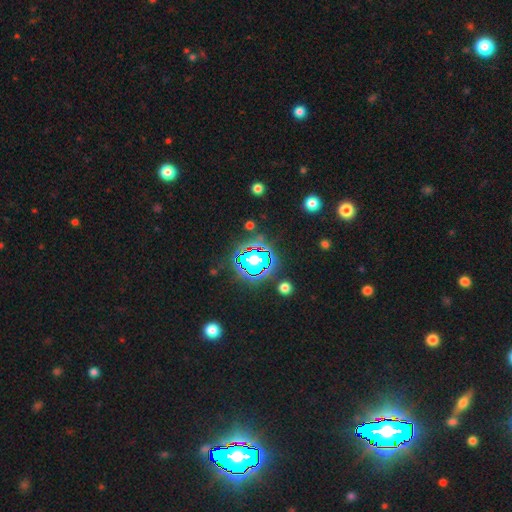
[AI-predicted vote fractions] The model was most divided on "smooth or featured": star or artifact: 81%, smooth: 11%, featured or disk: 8%.